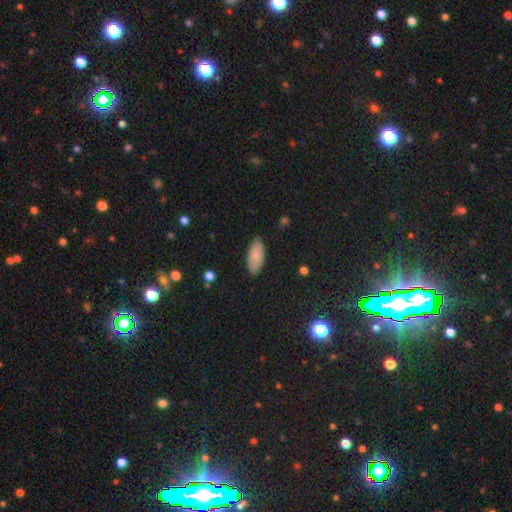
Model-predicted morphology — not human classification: A smooth galaxy with no disk features (84%) that is in between round and cigar-shaped (88%). Merging: none (86%).